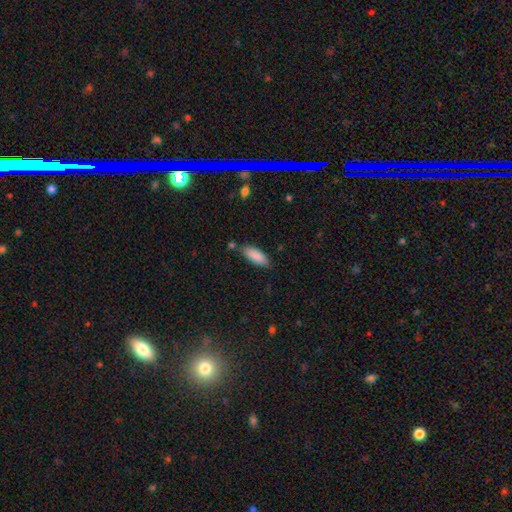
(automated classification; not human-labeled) A smooth galaxy with no disk features (88%) that is in between round and cigar-shaped (74%). Merging: none (75%).